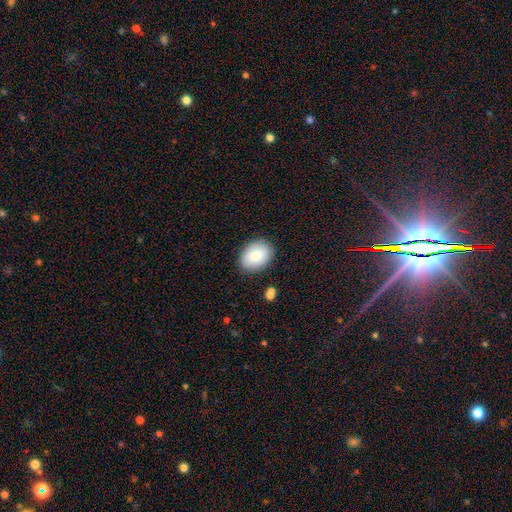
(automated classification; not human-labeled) Q: Smooth or featured?
A: smooth (81%); runner-up: featured or disk (12%)
Q: How rounded?
A: in between (70%); runner-up: round (29%)
Q: Merging?
A: none (86%); runner-up: minor disturbance (10%)